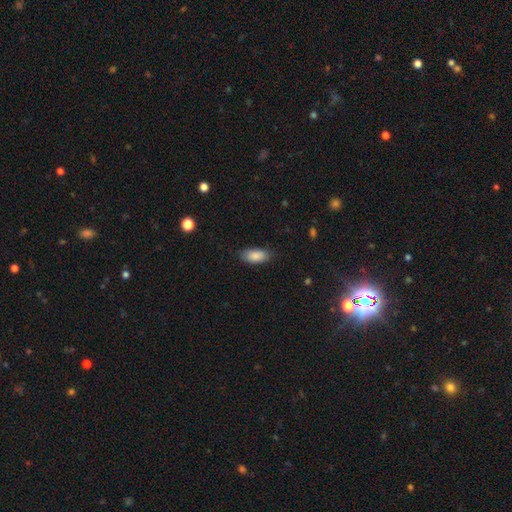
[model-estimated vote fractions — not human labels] Smooth or featured? Predicted: smooth (p=0.87). How rounded? Predicted: in between (p=0.90). Merging? Predicted: none (p=0.78).